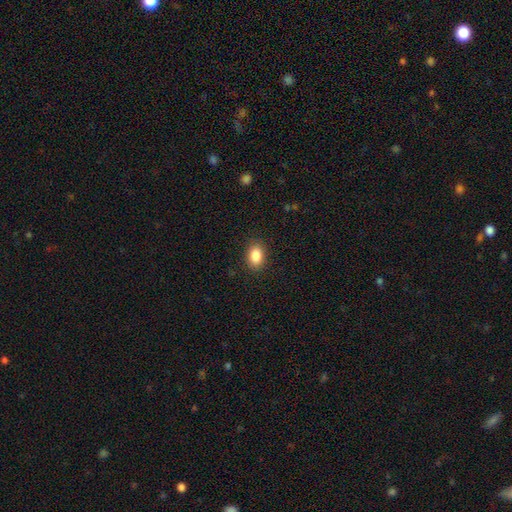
Q: Smooth or featured?
A: smooth (92%); runner-up: star or artifact (8%)
Q: How rounded?
A: in between (77%); runner-up: round (23%)
Q: Merging?
A: none (89%); runner-up: minor disturbance (6%)